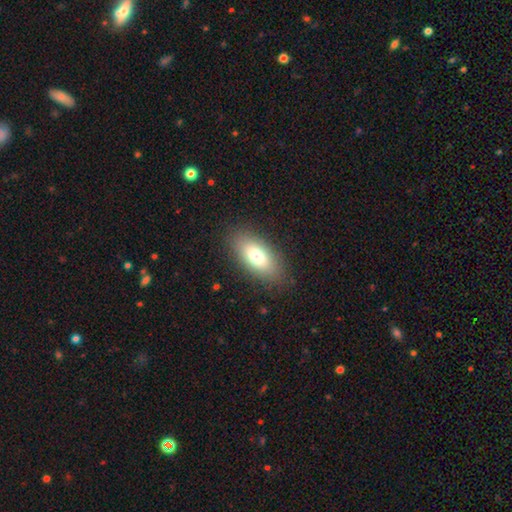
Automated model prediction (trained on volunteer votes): This appears to be a smooth galaxy with no disk features (74%) that is in between round and cigar-shaped (88%). Merging: none (85%).